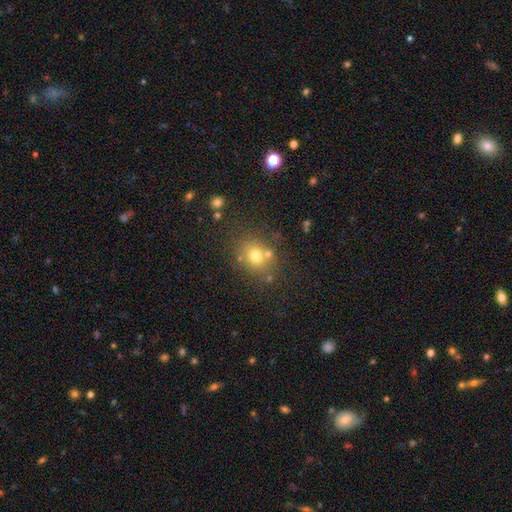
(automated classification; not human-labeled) This appears to be a smooth galaxy with no disk features (70%) that is round (63%). Merging: none (69%).